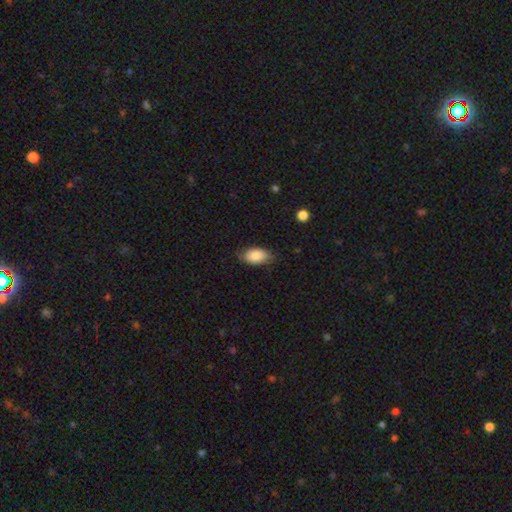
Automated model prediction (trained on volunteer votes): This appears to be a smooth galaxy with no disk features (84%) that is in between round and cigar-shaped (93%). Merging: none (73%).